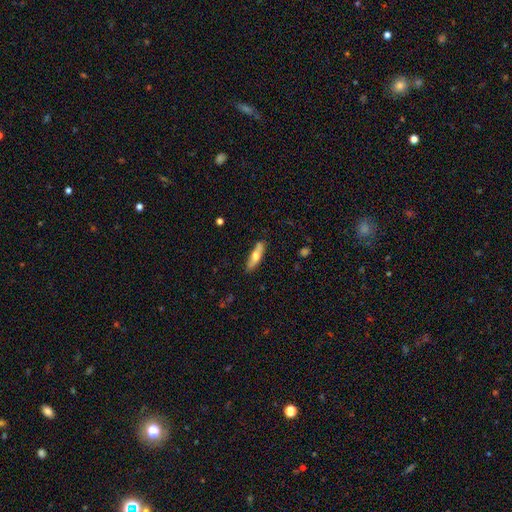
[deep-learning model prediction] Overall: smooth (57%; featured or disk 37%). How rounded: cigar-shaped (64%; in between 34%). Merging: none (82%).